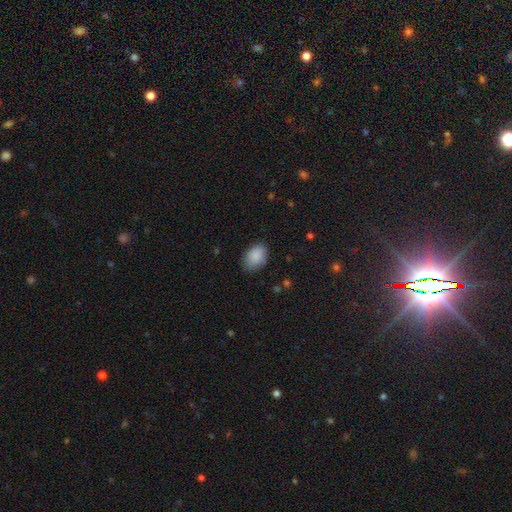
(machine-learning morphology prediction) Smooth or featured?
  - smooth: 88% *
  - star or artifact: 7%
  - featured or disk: 5%
How rounded?
  - in between: 83% *
  - round: 16%
  - cigar-shaped: 1%
Merging?
  - none: 77% *
  - minor disturbance: 18%
  - major disturbance: 4%
  - merger: 1%